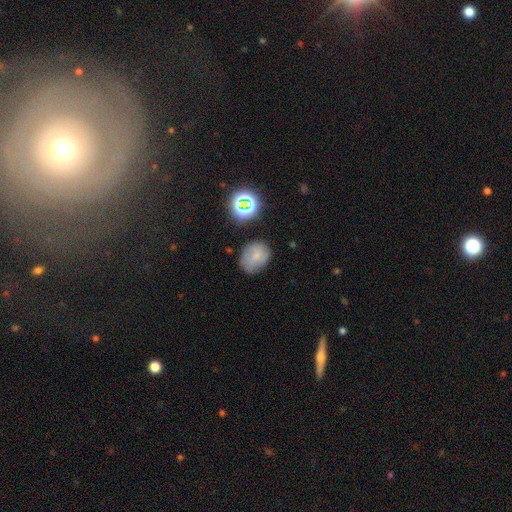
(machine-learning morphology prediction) Smooth or featured: smooth — 62% (featured or disk — 23%)
How rounded: round — 52% (in between — 47%)
Merging: none — 71% (minor disturbance — 19%)